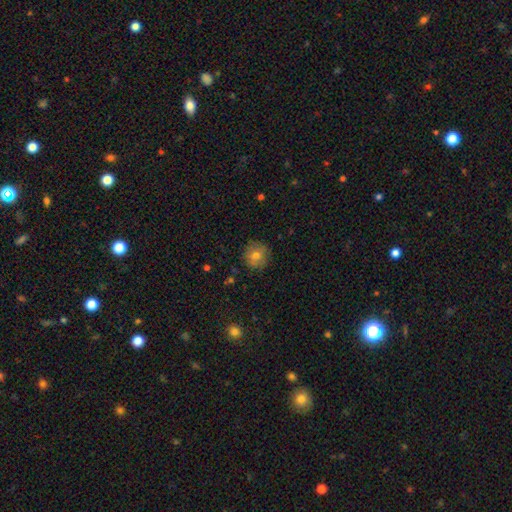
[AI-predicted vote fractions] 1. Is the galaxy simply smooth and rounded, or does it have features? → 75% smooth, 14% featured or disk, 11% star or artifact.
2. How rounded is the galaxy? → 92% round, 7% in between, 1% cigar-shaped.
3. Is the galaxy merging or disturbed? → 87% none, 9% minor disturbance, 2% major disturbance, 1% merger.